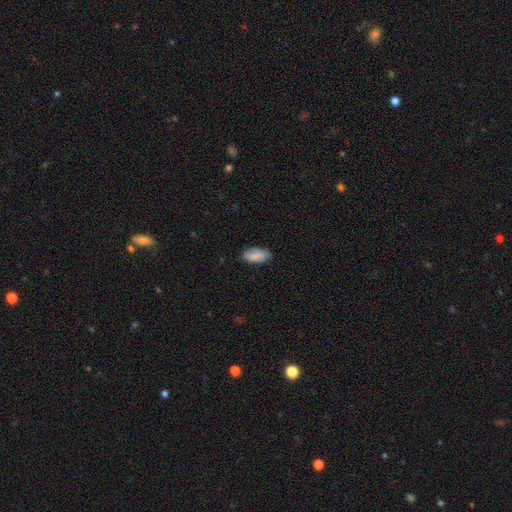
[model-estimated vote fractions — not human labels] Smooth or featured? smooth (85%)
How rounded? in between (92%)
Merging? none (76%)